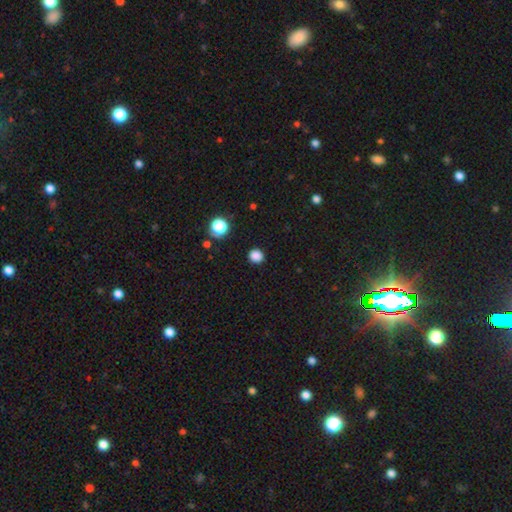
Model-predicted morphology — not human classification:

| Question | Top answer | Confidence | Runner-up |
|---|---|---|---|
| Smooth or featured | smooth | 83% | star or artifact (14%) |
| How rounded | round | 87% | in between (12%) |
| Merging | none | 90% | minor disturbance (7%) |